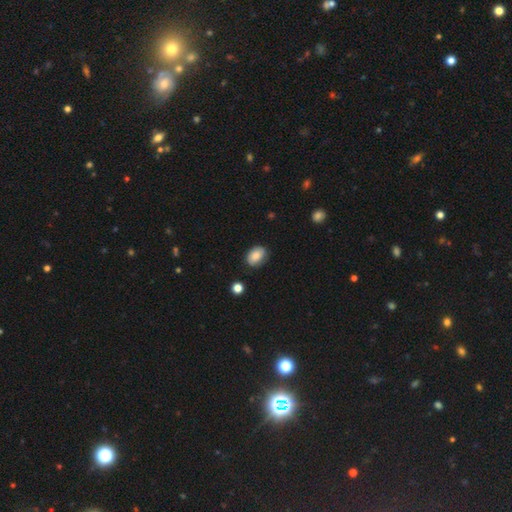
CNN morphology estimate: Smooth or featured? Predicted: smooth (p=0.82). How rounded? Predicted: in between (p=0.75). Merging? Predicted: none (p=0.78).